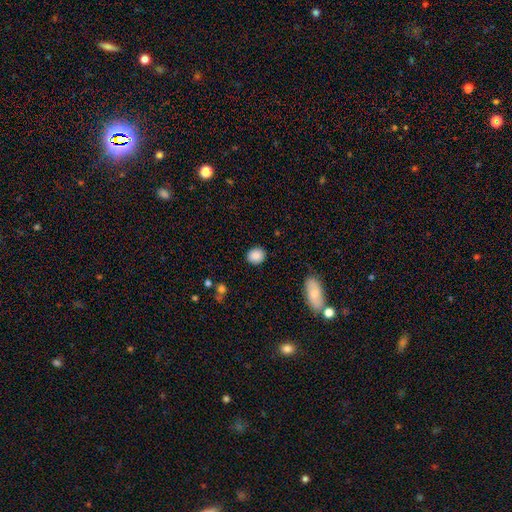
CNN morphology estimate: A smooth galaxy with no disk features (88%) that is round (76%).

Vote fractions:
- Smooth or featured? smooth: 88% / star or artifact: 8% / featured or disk: 4%
- How rounded? round: 76% / in between: 23% / cigar-shaped: 1%
- Merging? none: 88% / minor disturbance: 8% / major disturbance: 2% / merger: 2%